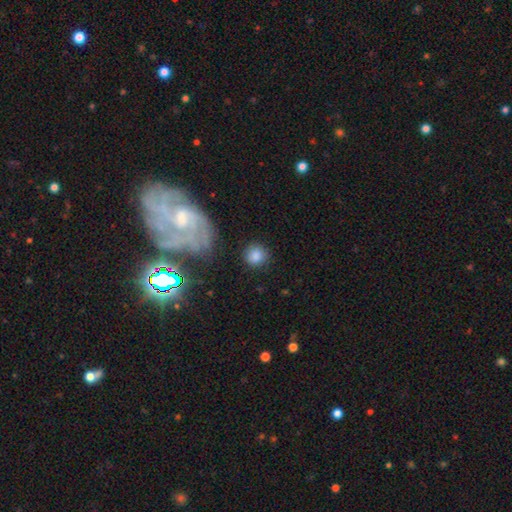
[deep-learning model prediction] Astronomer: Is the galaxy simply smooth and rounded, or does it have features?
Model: smooth — 82%.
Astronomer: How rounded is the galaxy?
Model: round — 91%.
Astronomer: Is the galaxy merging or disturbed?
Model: none — 85%.